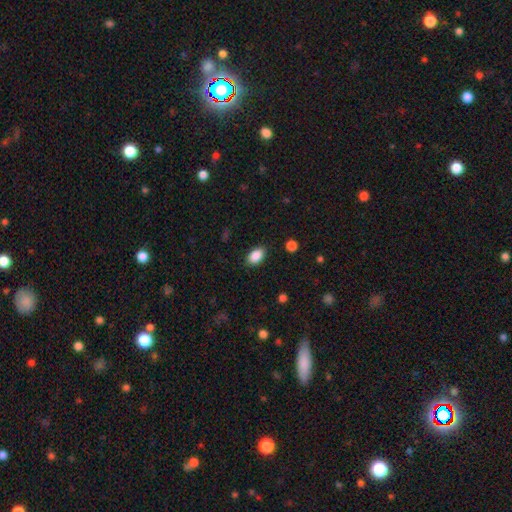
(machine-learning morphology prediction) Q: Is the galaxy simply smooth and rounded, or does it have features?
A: smooth — 89%.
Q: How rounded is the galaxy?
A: in between — 91%.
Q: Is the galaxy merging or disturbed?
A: none — 87%.